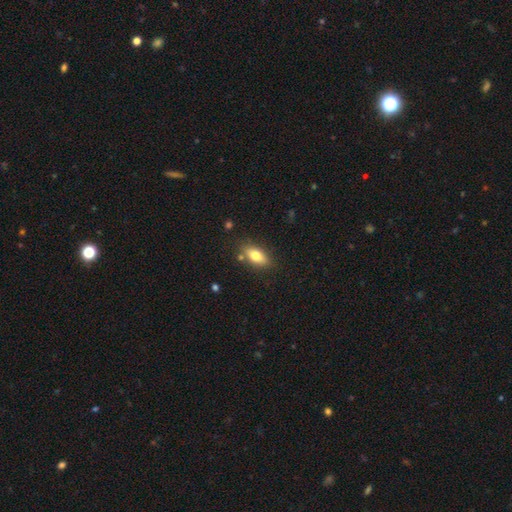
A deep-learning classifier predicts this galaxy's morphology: smooth_or_featured: smooth (p=0.76) [alt: featured or disk p=0.16]
how_rounded: in between (p=0.84) [alt: cigar-shaped p=0.11]
merging: none (p=0.81) [alt: minor disturbance p=0.12]